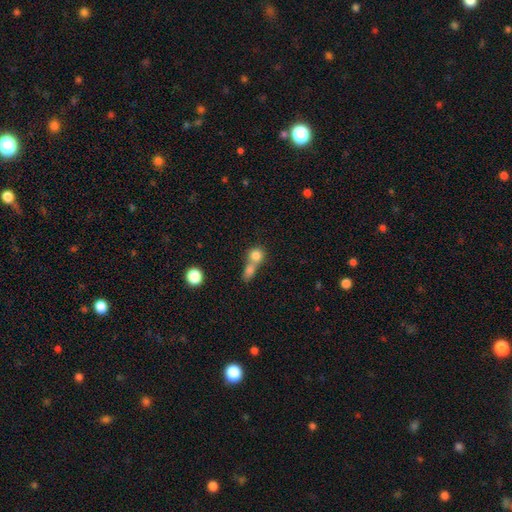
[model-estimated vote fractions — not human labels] Overall: smooth (79%). How rounded: round (79%). Merging: merger (62%; none 29%).